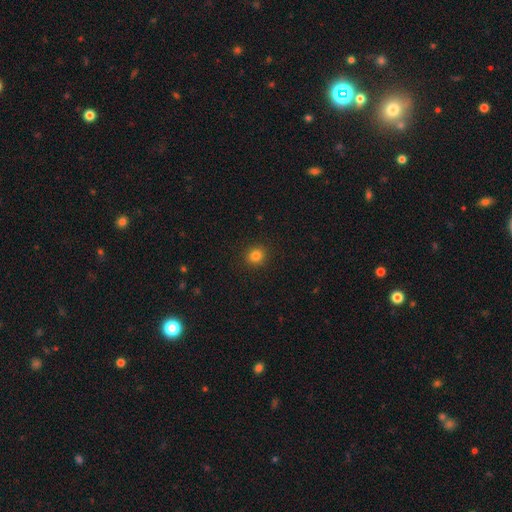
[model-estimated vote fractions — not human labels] Overall: smooth (82%). How rounded: round (86%). Merging: none (91%).